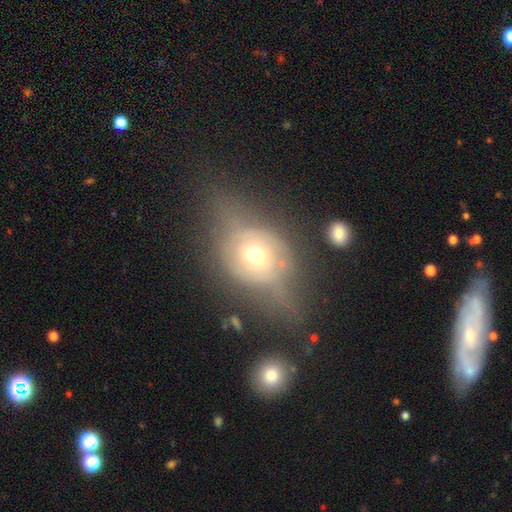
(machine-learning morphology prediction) Smooth or featured? Predicted: featured or disk (p=0.48). Merging? Predicted: none (p=0.37).